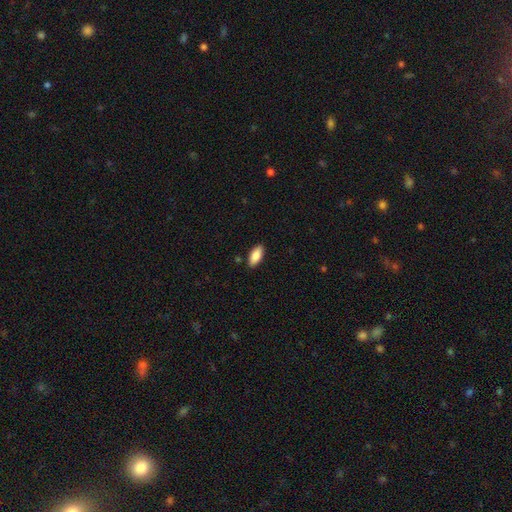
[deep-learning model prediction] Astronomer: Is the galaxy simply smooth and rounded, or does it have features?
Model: smooth — 87%.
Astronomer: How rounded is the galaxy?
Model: in between — 89%.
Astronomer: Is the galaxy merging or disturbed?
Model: none — 88%.